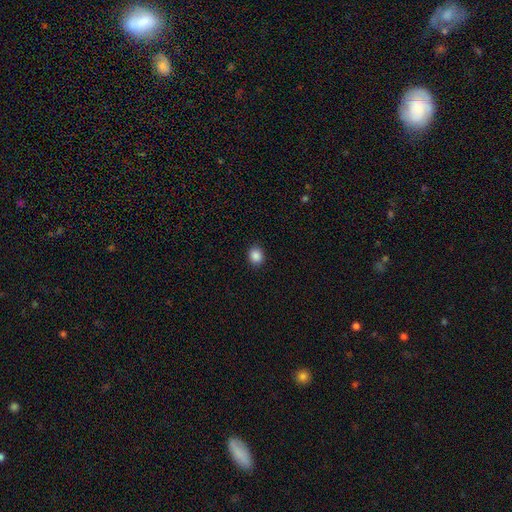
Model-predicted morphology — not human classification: Smooth or featured? Predicted: smooth (p=0.87). How rounded? Predicted: round (p=0.70). Merging? Predicted: none (p=0.91).